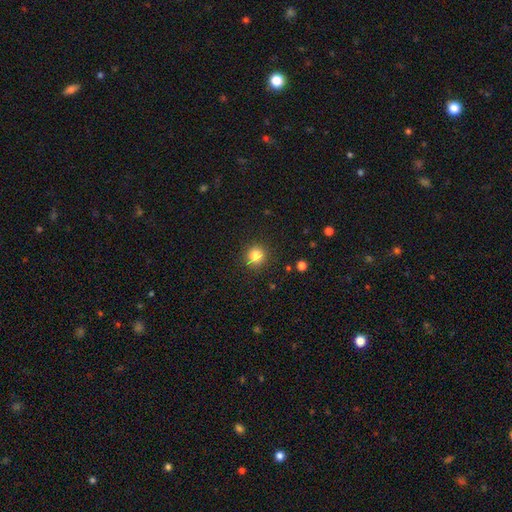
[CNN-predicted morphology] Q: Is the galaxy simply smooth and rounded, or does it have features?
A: smooth — 82%.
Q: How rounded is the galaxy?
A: round — 90%.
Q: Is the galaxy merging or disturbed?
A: none — 87%.